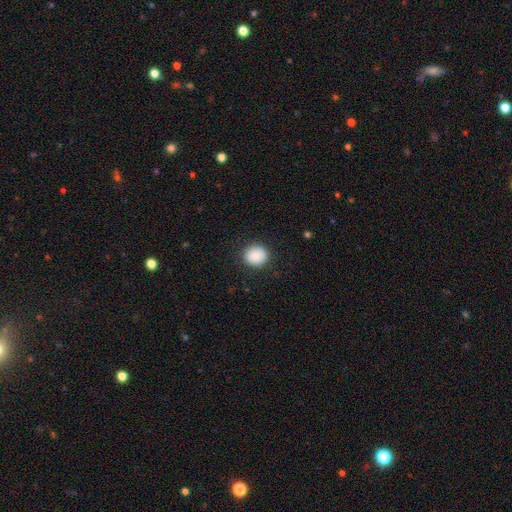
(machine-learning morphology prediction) smooth 87%, star or artifact 8%, featured or disk 5%. Down the decision tree: how rounded — round (85%); merging — none (88%).